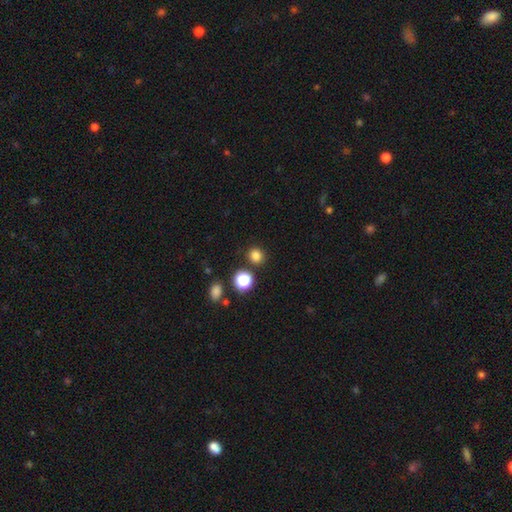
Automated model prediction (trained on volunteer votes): The model was most divided on "smooth or featured": smooth: 81%, star or artifact: 15%, featured or disk: 4%. More confident: how rounded — round (89%); merging — none (87%).